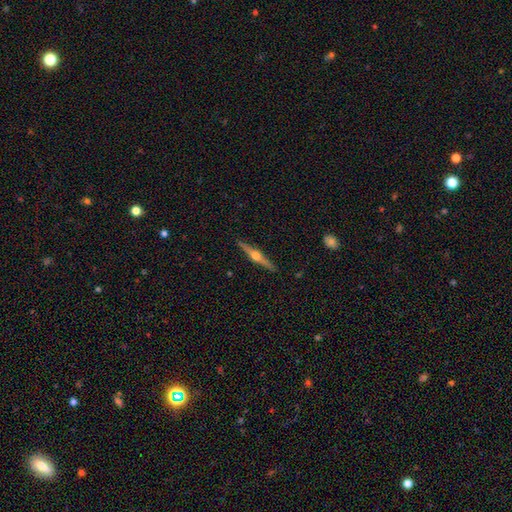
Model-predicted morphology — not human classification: This appears to be a featured or disk galaxy (82%) viewed edge-on (98%) with a rounded central bulge (95%). Merging: none (92%).